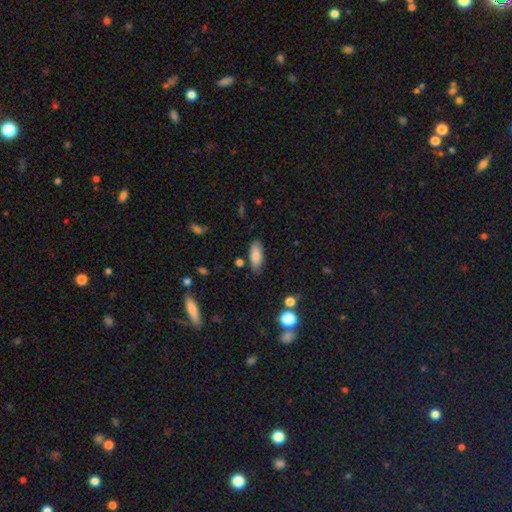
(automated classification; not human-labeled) Q: Smooth or featured?
A: smooth (85%); runner-up: featured or disk (8%)
Q: How rounded?
A: in between (78%); runner-up: cigar-shaped (20%)
Q: Merging?
A: none (83%); runner-up: minor disturbance (12%)